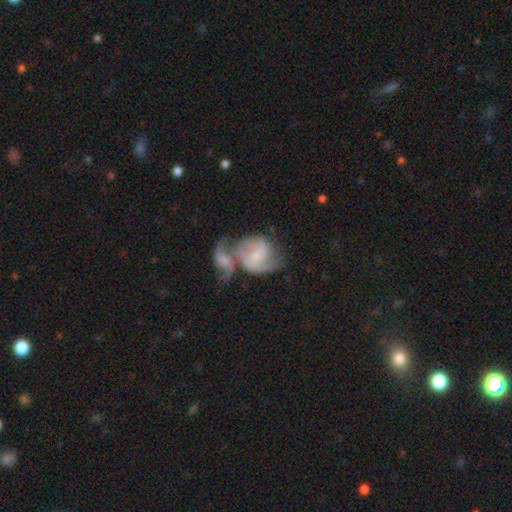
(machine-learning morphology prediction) Q: Smooth or featured?
A: featured or disk (70%); runner-up: smooth (24%)
Q: Edge-on disk?
A: no (97%); runner-up: yes (3%)
Q: Bar?
A: no (57%); runner-up: weak (36%)
Q: Spiral arms?
A: yes (88%); runner-up: no (12%)
Q: Spiral winding?
A: medium (45%); runner-up: loose (32%)
Q: Spiral arm count?
A: 2 (73%); runner-up: can't tell (14%)
Q: Bulge size?
A: small (57%); runner-up: moderate (28%)
Q: Merging?
A: merger (67%); runner-up: none (15%)